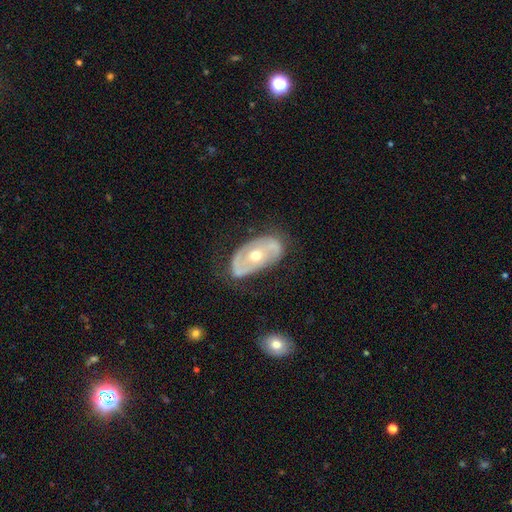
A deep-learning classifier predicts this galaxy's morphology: featured or disk 73%, smooth 21%, star or artifact 6%. Down the decision tree: edge-on disk — no (92%); bar — no (67%); spiral arms — yes (59%); bulge size — moderate (64%); merging — none (65%).